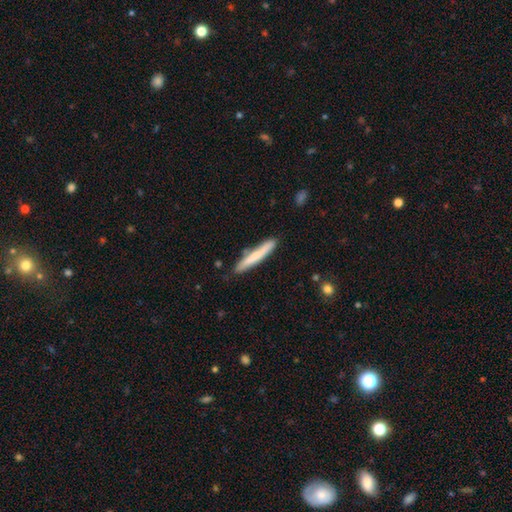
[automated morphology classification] smooth 69%, featured or disk 25%, star or artifact 5%. Down the decision tree: how rounded — cigar-shaped (95%); merging — none (84%).